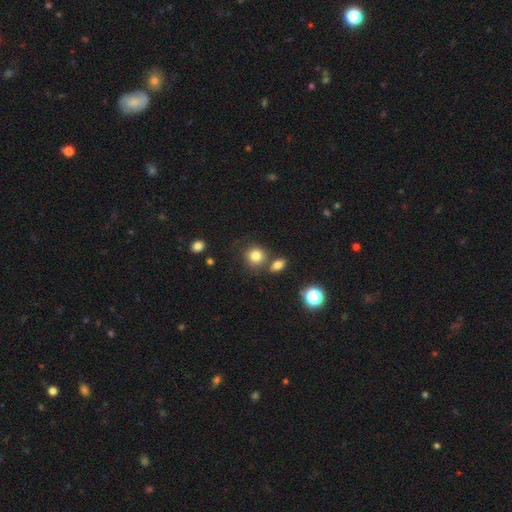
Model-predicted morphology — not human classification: type=smooth (81%); roundness=round (83%); merging=none (67%).